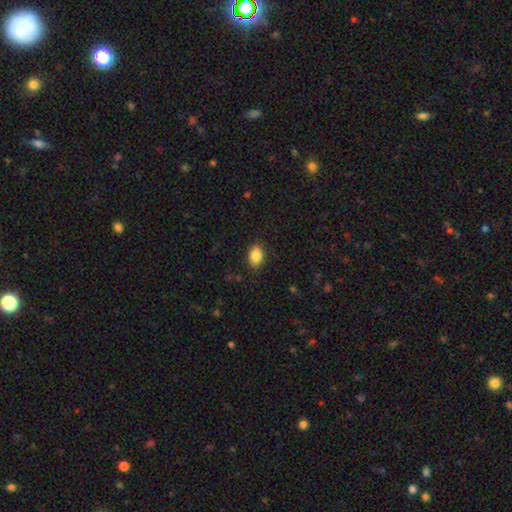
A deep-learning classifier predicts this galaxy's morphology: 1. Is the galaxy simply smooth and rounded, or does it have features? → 86% smooth, 8% star or artifact, 6% featured or disk.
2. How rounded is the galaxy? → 87% in between, 11% round, 2% cigar-shaped.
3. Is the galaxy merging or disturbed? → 87% none, 10% minor disturbance, 2% major disturbance, 1% merger.